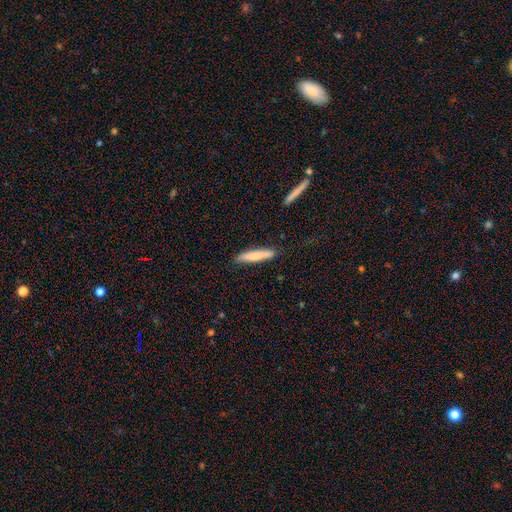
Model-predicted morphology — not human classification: Smooth or featured?
  - smooth: 77% *
  - featured or disk: 17%
  - star or artifact: 5%
How rounded?
  - cigar-shaped: 90% *
  - in between: 8%
  - round: 1%
Merging?
  - none: 87% *
  - minor disturbance: 10%
  - major disturbance: 2%
  - merger: 2%